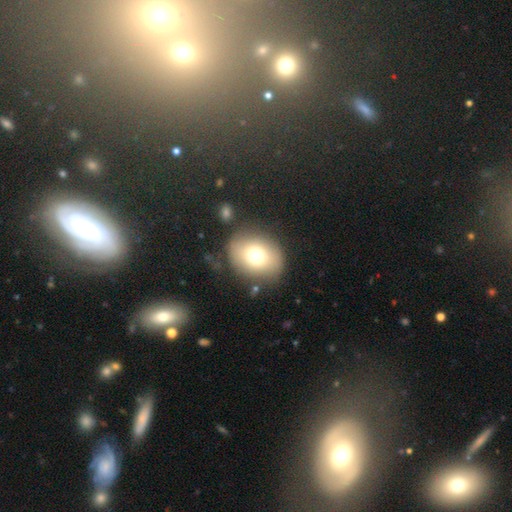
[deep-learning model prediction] The model was most divided on "how rounded": round: 58%, in between: 41%, cigar-shaped: 1%. More confident: merging — none (79%); smooth or featured — smooth (72%).